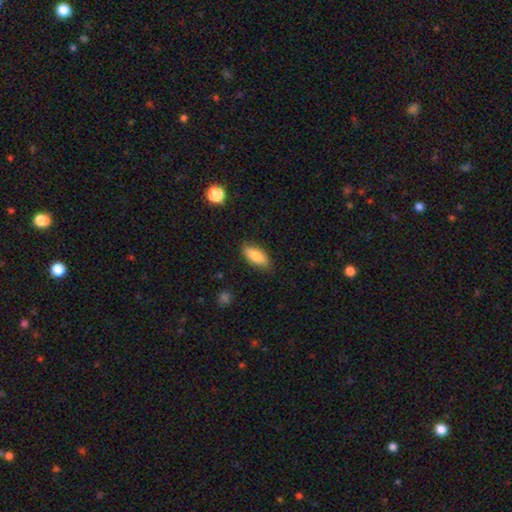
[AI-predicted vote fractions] A smooth galaxy with no disk features (80%) that is in between round and cigar-shaped (79%).

Vote fractions:
- Smooth or featured? smooth: 80% / featured or disk: 13% / star or artifact: 7%
- How rounded? in between: 79% / cigar-shaped: 18% / round: 3%
- Merging? none: 82% / minor disturbance: 14% / major disturbance: 3% / merger: 1%